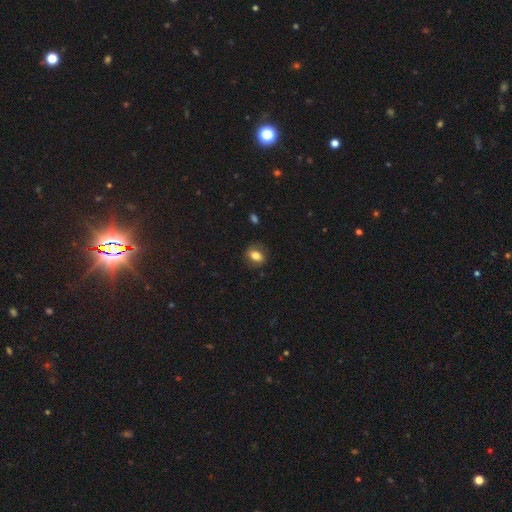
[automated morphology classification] The model was most divided on "how rounded": in between: 65%, round: 33%, cigar-shaped: 2%. More confident: merging — none (83%); smooth or featured — smooth (80%).